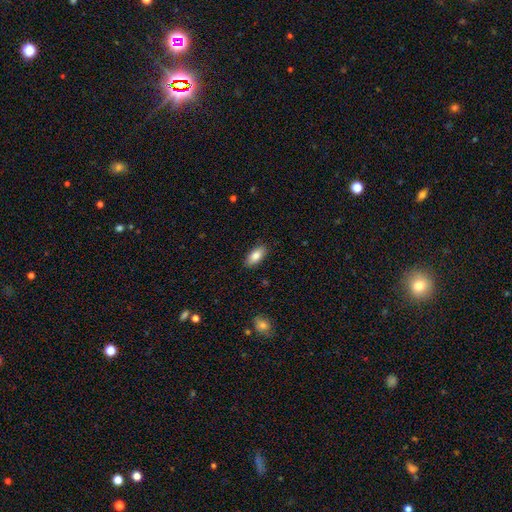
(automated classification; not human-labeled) Smooth or featured: smooth — 85% (featured or disk — 9%)
How rounded: in between — 89% (cigar-shaped — 9%)
Merging: none — 88% (minor disturbance — 9%)